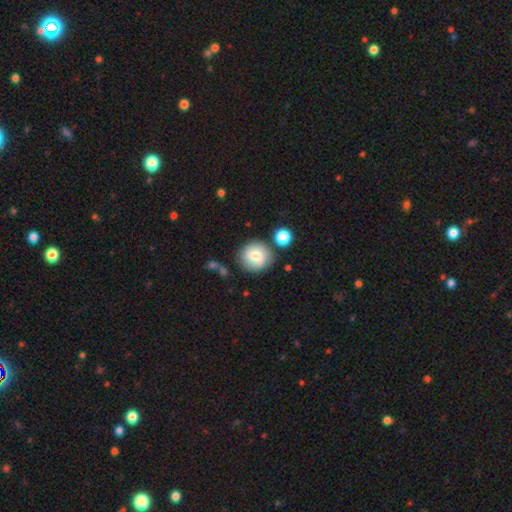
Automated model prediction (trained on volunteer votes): smooth-or-featured: smooth: 68% | featured or disk: 23% | star or artifact: 9%
  how-rounded: round: 91% | in between: 8% | cigar-shaped: 1%
  merging: none: 73% | minor disturbance: 13% | merger: 10% | major disturbance: 4%